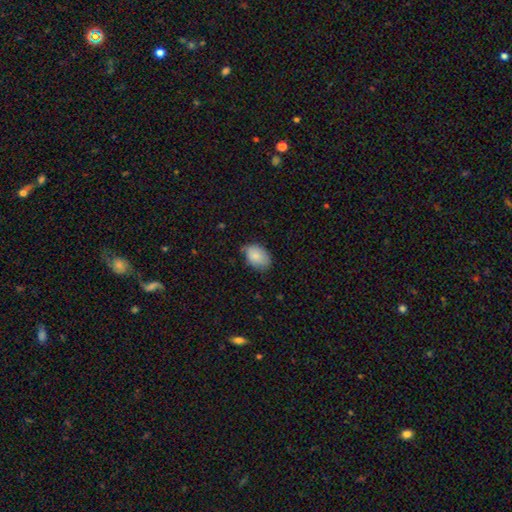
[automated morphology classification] smooth-or-featured: smooth: 83% | featured or disk: 10% | star or artifact: 7%
  how-rounded: in between: 86% | round: 13% | cigar-shaped: 1%
  merging: none: 64% | minor disturbance: 30% | major disturbance: 5% | merger: 1%